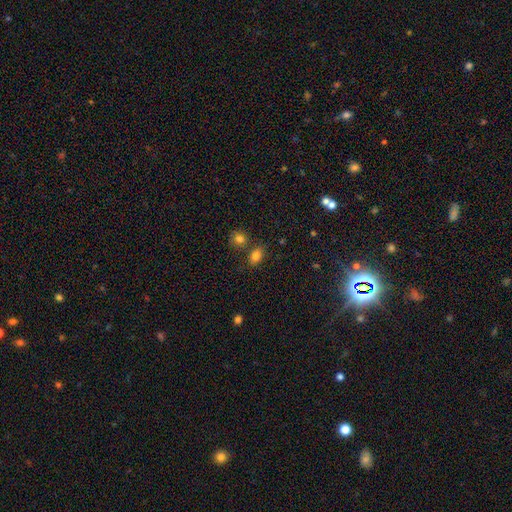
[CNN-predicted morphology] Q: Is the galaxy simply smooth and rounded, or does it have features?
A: smooth — 82%.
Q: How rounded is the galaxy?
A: in between — 75%.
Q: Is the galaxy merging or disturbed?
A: none — 70%.